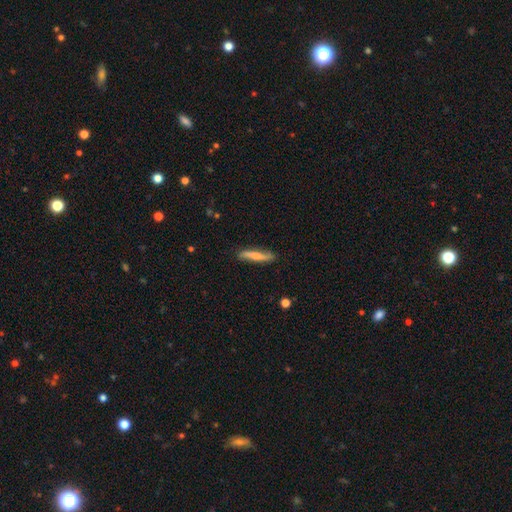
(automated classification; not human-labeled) The model was most divided on "smooth or featured": smooth: 56%, featured or disk: 38%, star or artifact: 6%. More confident: how rounded — cigar-shaped (88%); merging — none (82%).